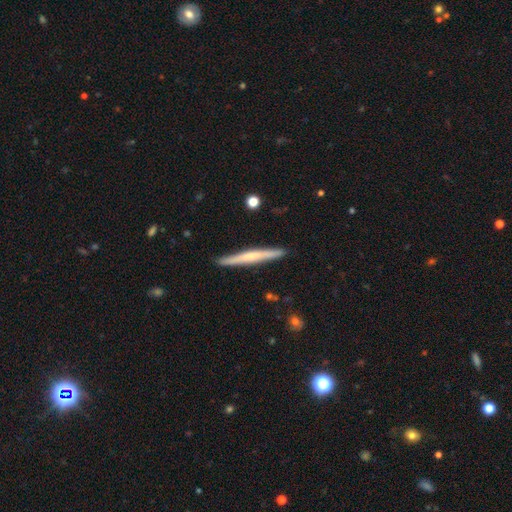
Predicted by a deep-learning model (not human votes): Smooth or featured?
  - featured or disk: 58% *
  - smooth: 36%
  - star or artifact: 6%
Edge-on disk?
  - yes: 97% *
  - no: 3%
Edge-on bulge?
  - rounded: 51% *
  - none: 41%
  - boxy: 8%
Merging?
  - none: 90% *
  - minor disturbance: 7%
  - major disturbance: 1%
  - merger: 1%